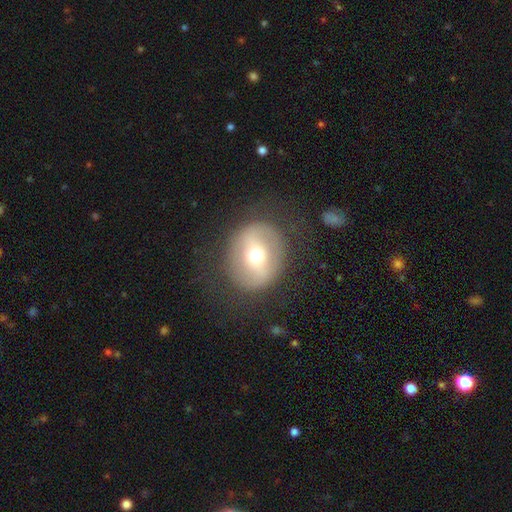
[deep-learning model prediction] Smooth or featured: featured or disk — 51% (smooth — 41%)
Edge-on disk: no — 92% (yes — 8%)
Merging: none — 78% (minor disturbance — 12%)